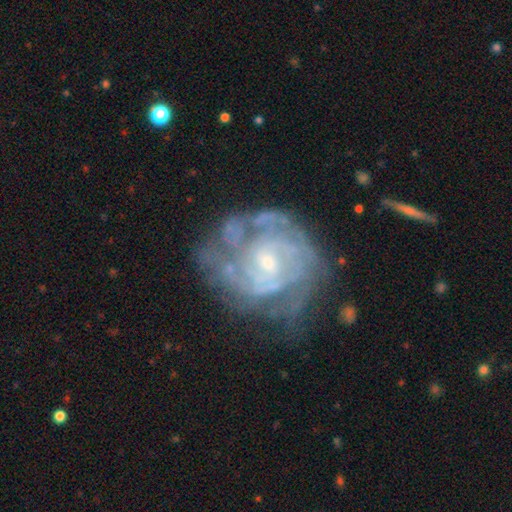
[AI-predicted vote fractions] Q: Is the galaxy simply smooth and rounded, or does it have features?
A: featured or disk — 86%.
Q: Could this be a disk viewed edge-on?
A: no — 97%.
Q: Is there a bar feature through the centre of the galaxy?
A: no — 59%.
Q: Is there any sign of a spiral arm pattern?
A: yes — 92%.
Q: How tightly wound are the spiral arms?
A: tight — 68%.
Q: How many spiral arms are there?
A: can't tell — 40%.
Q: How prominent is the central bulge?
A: small — 68%.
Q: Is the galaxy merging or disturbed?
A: none — 63%.